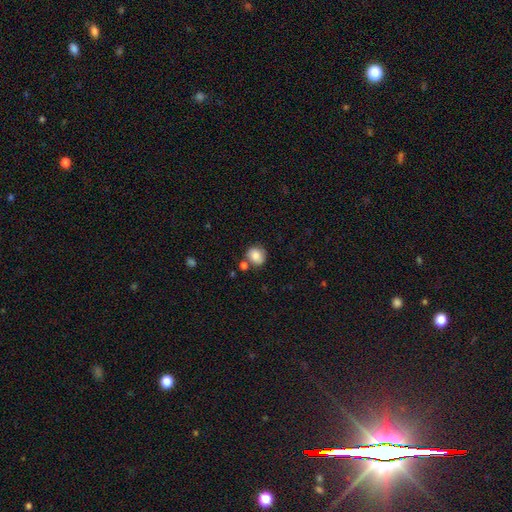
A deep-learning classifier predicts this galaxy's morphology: The model was most divided on "merging": none: 68%, minor disturbance: 15%, merger: 12%, major disturbance: 4%. More confident: smooth or featured — smooth (83%); how rounded — round (79%).